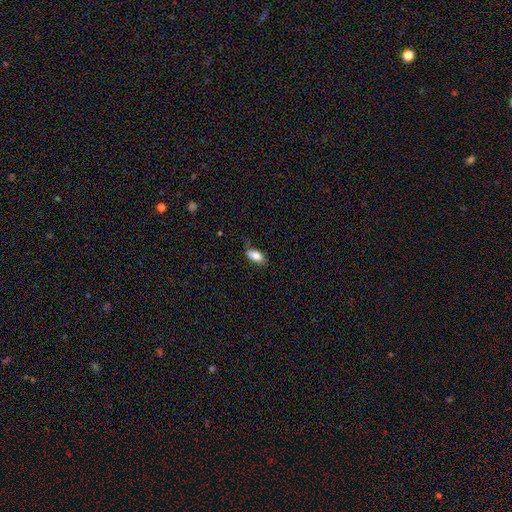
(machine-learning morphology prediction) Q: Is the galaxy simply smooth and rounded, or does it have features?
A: smooth — 85%.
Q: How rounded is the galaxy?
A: in between — 90%.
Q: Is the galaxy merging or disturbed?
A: none — 72%.